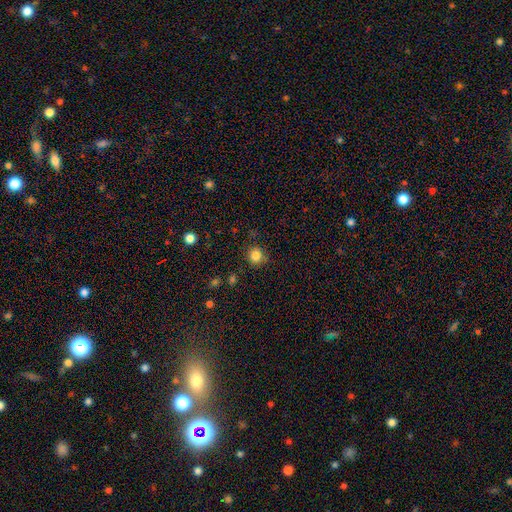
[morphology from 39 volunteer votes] Smooth or featured?
  - smooth: 87% *
  - featured or disk: 8%
  - star or artifact: 5%
How rounded?
  - round: 91% *
  - in between: 9%
  - cigar-shaped: 0%
Merging?
  - none: 86% *
  - minor disturbance: 11%
  - merger: 3%
  - major disturbance: 0%